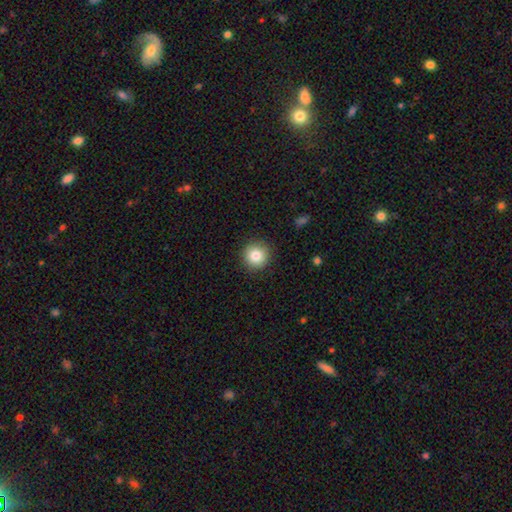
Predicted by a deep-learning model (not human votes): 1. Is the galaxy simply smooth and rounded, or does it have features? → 84% smooth, 9% star or artifact, 7% featured or disk.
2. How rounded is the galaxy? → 94% round, 5% in between, 1% cigar-shaped.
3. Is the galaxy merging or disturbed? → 90% none, 7% minor disturbance, 2% major disturbance, 1% merger.